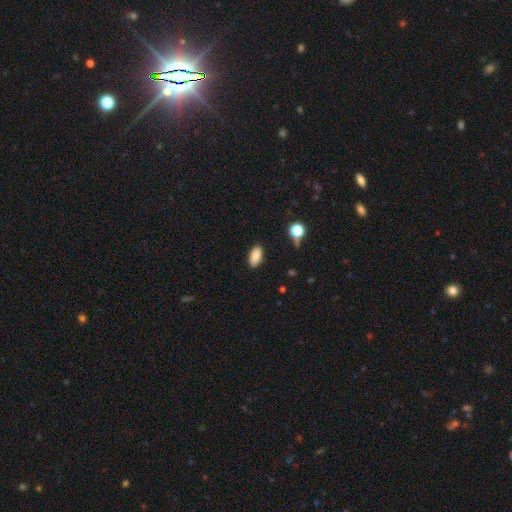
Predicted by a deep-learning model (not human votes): Smooth or featured? Predicted: smooth (p=0.87). How rounded? Predicted: in between (p=0.90). Merging? Predicted: none (p=0.86).